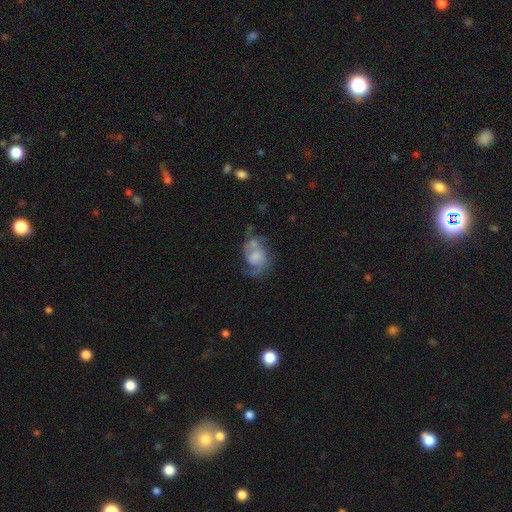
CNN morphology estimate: A featured or disk galaxy (59%) with no bar (65%), spiral arms (75%) and no central bulge (34%).

Vote fractions:
- Smooth or featured? featured or disk: 59% / smooth: 32% / star or artifact: 9%
- Edge-on disk? no: 97% / yes: 3%
- Bar? no: 65% / weak: 29% / strong: 6%
- Spiral arms? yes: 75% / no: 25%
- Bulge size? none: 34% / moderate: 24% / small: 24% / large: 16% / dominant: 3%
- Merging? none: 36% / major disturbance: 29% / minor disturbance: 22% / merger: 14%